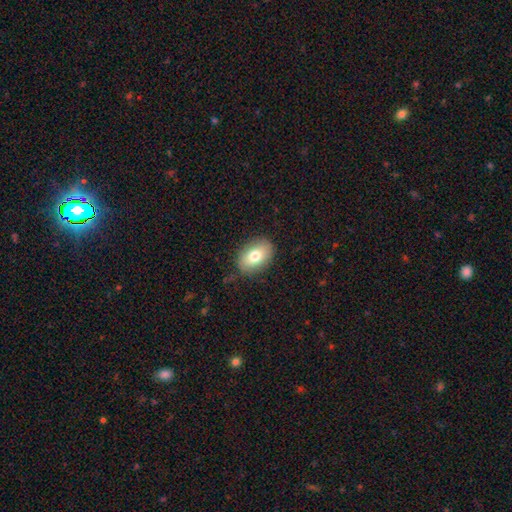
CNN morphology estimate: A smooth galaxy with no disk features (74%) that is in between round and cigar-shaped (83%). Merging: none (85%).